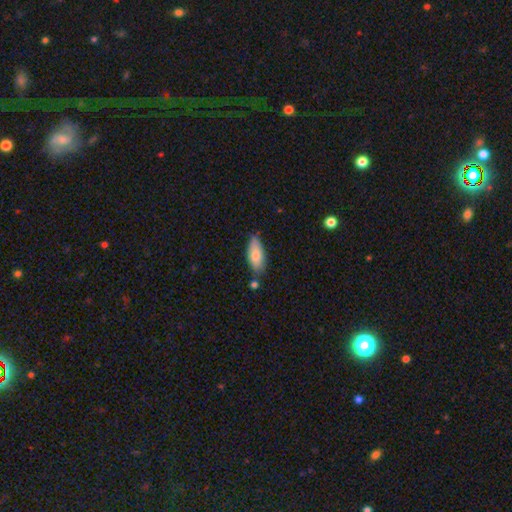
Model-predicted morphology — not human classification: This appears to be a smooth galaxy with no disk features (78%) that is in between round and cigar-shaped (82%). Merging: none (67%).